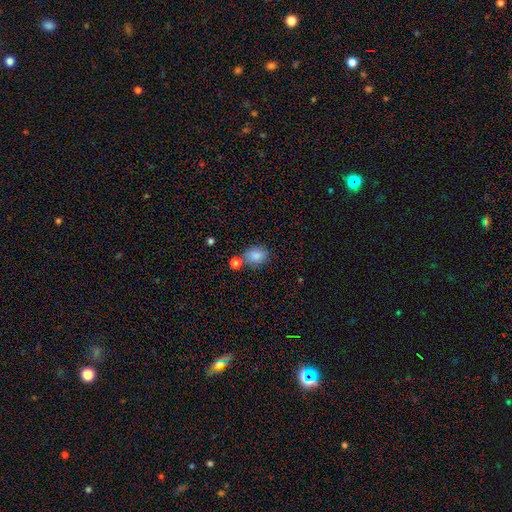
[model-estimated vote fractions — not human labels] Smooth or featured?
  - smooth: 83% *
  - star or artifact: 9%
  - featured or disk: 7%
How rounded?
  - in between: 58% *
  - round: 40%
  - cigar-shaped: 1%
Merging?
  - none: 60% *
  - merger: 18%
  - minor disturbance: 17%
  - major disturbance: 5%